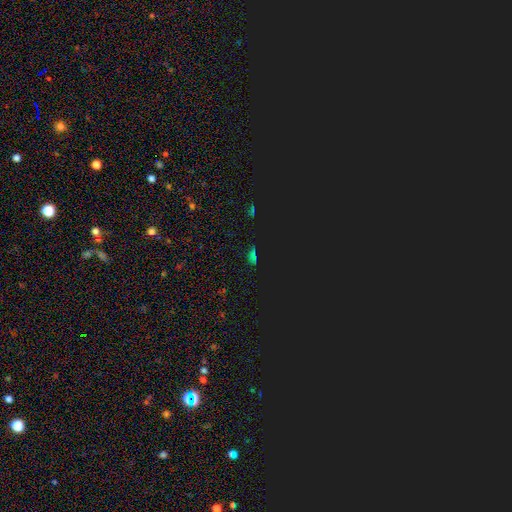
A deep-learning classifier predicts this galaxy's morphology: Q: Smooth or featured?
A: star or artifact (69%); runner-up: smooth (24%)